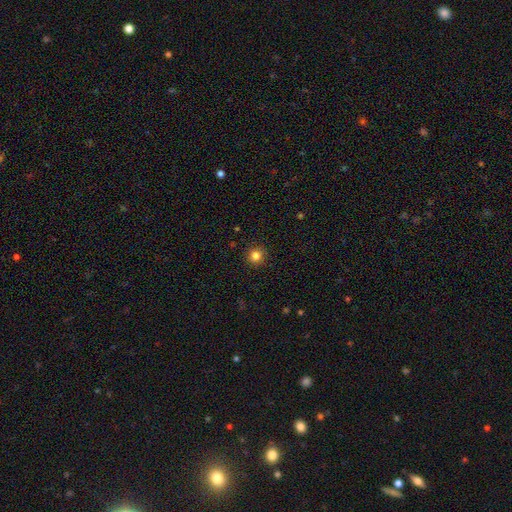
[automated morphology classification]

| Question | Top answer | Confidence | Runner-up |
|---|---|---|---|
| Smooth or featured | smooth | 83% | star or artifact (12%) |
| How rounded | round | 94% | in between (5%) |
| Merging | none | 91% | minor disturbance (6%) |